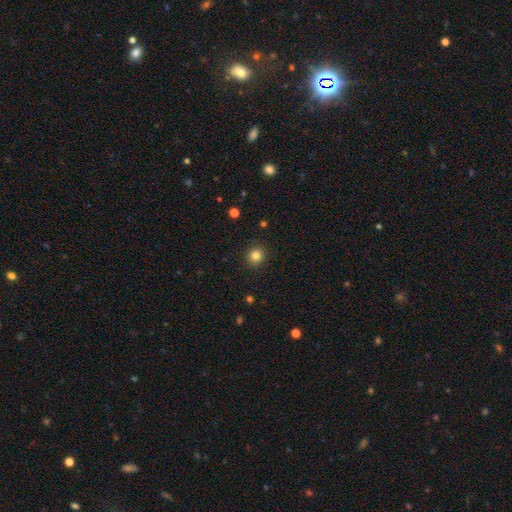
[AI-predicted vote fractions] A smooth galaxy with no disk features (83%) that is round (91%).

Vote fractions:
- Smooth or featured? smooth: 83% / star or artifact: 12% / featured or disk: 5%
- How rounded? round: 91% / in between: 8% / cigar-shaped: 1%
- Merging? none: 91% / minor disturbance: 6% / major disturbance: 2% / merger: 1%